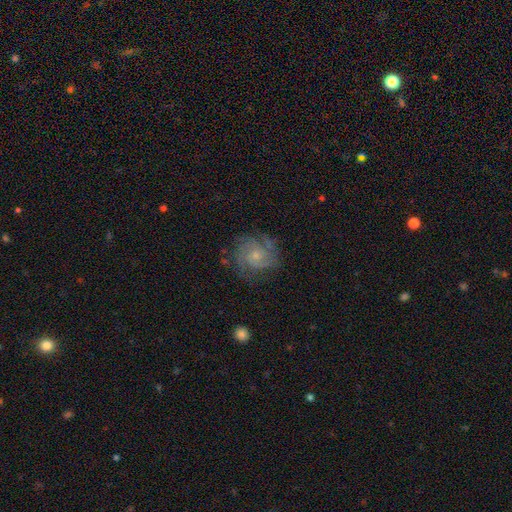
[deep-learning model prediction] Smooth or featured? featured or disk (81%)
Edge-on disk? no (98%)
Bar? no (73%)
Spiral arms? yes (96%)
Spiral winding? tight (55%)
Spiral arm count? 3 (30%)
Bulge size? small (66%)
Merging? none (72%)